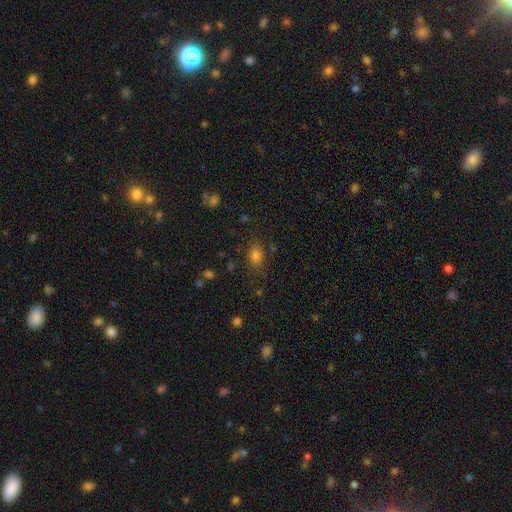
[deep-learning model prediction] Smooth or featured: smooth — 77% (star or artifact — 16%)
How rounded: in between — 68% (round — 30%)
Merging: none — 80% (minor disturbance — 13%)